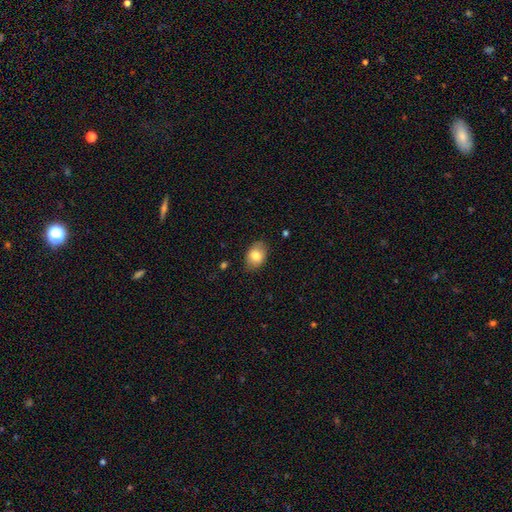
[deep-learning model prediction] Q: Smooth or featured?
A: smooth (81%); runner-up: featured or disk (12%)
Q: How rounded?
A: in between (79%); runner-up: round (20%)
Q: Merging?
A: none (83%); runner-up: minor disturbance (13%)